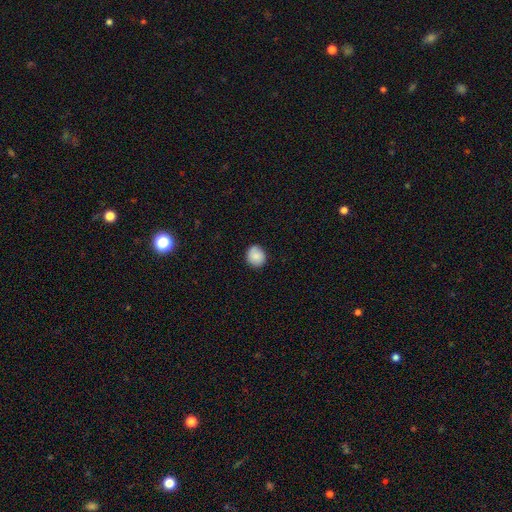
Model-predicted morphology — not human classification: Smooth or featured: smooth — 87% (star or artifact — 8%)
How rounded: round — 82% (in between — 17%)
Merging: none — 86% (minor disturbance — 11%)